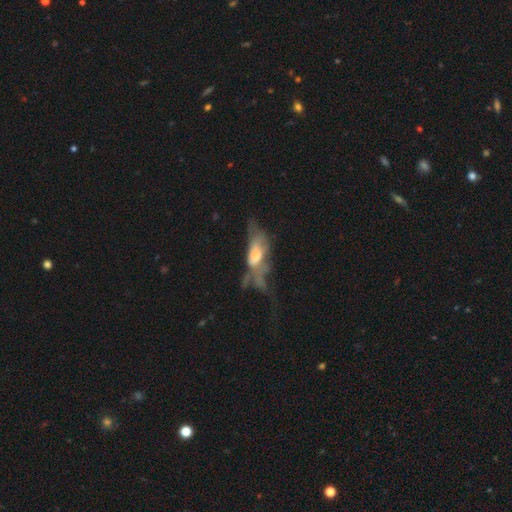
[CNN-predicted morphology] type=featured or disk (51%); edge-on=no (75%); merging=major disturbance (49%).